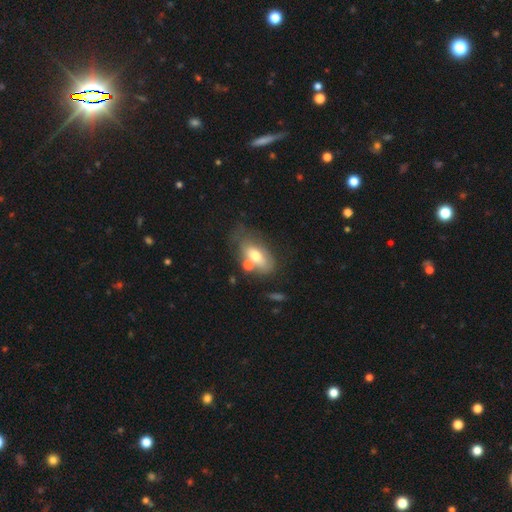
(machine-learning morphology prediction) Smooth or featured? Predicted: smooth (p=0.59). How rounded? Predicted: in between (p=0.86). Merging? Predicted: none (p=0.43).